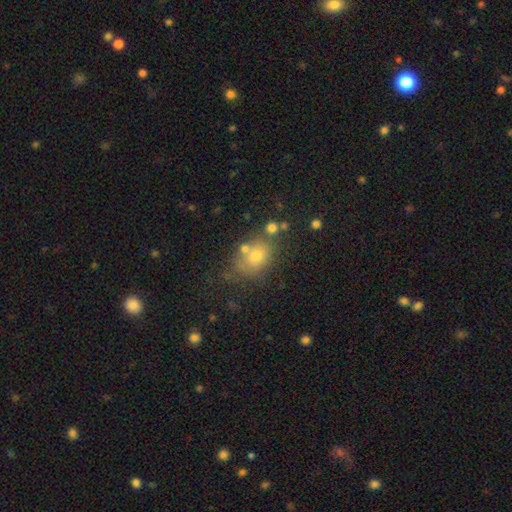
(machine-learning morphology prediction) type=smooth (69%); roundness=in between (62%); merging=none (58%).